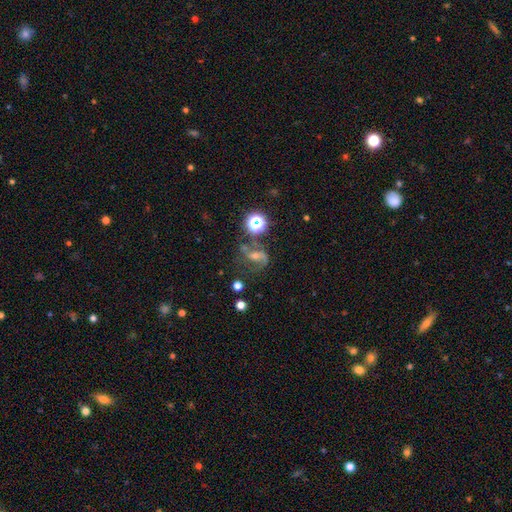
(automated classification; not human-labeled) Smooth or featured?
  - featured or disk: 65% *
  - star or artifact: 23%
  - smooth: 12%
Edge-on disk?
  - no: 96% *
  - yes: 4%
Bar?
  - weak: 39% *
  - strong: 34%
  - no: 27%
Spiral arms?
  - yes: 90% *
  - no: 10%
Spiral winding?
  - medium: 46% *
  - loose: 37%
  - tight: 17%
Spiral arm count?
  - 2: 80% *
  - 1: 9%
  - can't tell: 7%
  - 3: 2%
  - 4: 1%
  - more than 4: 1%
Bulge size?
  - moderate: 48% *
  - small: 44%
  - large: 3%
  - none: 3%
  - dominant: 1%
Merging?
  - none: 60% *
  - minor disturbance: 17%
  - major disturbance: 14%
  - merger: 9%